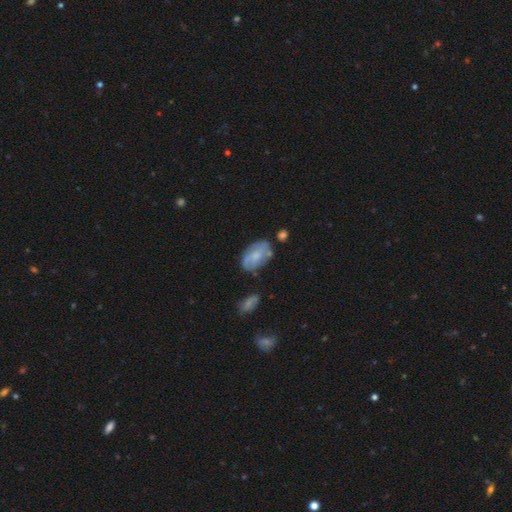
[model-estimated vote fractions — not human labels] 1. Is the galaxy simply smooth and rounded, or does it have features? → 48% smooth, 45% featured or disk, 7% star or artifact.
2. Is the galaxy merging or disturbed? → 59% none, 26% minor disturbance, 9% major disturbance, 7% merger.